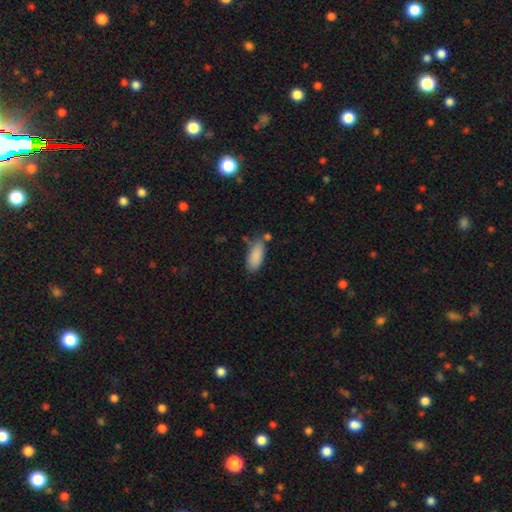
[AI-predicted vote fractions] Smooth or featured? Predicted: smooth (p=0.88). How rounded? Predicted: in between (p=0.84). Merging? Predicted: none (p=0.62).